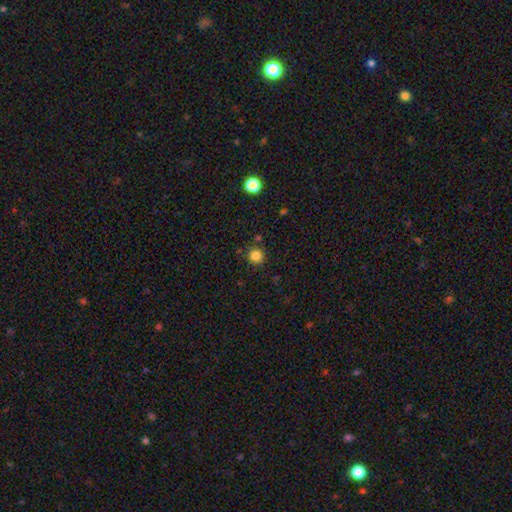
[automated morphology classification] Smooth or featured? Predicted: smooth (p=0.83). How rounded? Predicted: round (p=0.94). Merging? Predicted: none (p=0.86).